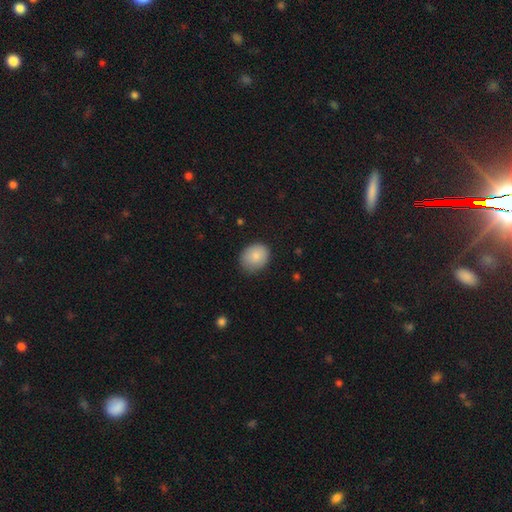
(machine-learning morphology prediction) type=smooth (85%); roundness=round (54%); merging=none (77%).